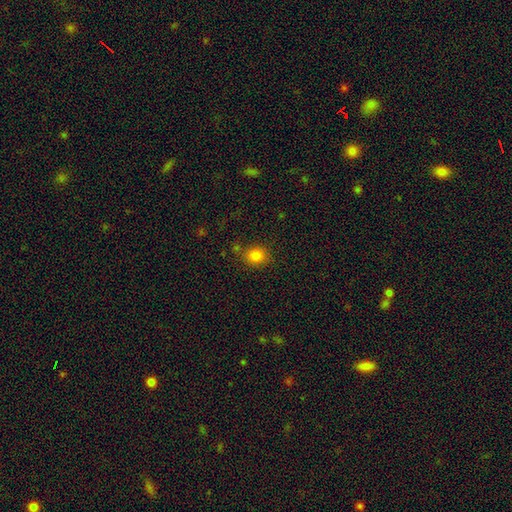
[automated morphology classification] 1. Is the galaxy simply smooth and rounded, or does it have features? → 82% smooth, 13% star or artifact, 6% featured or disk.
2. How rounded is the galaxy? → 73% round, 26% in between, 1% cigar-shaped.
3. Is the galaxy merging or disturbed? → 79% none, 12% minor disturbance, 6% merger, 4% major disturbance.